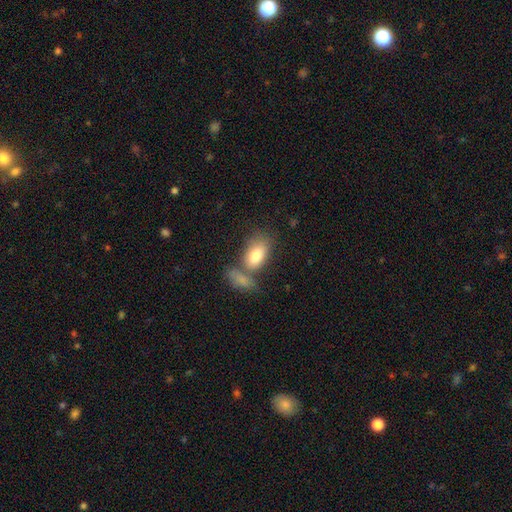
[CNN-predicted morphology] Smooth or featured?
  - smooth: 81% *
  - featured or disk: 13%
  - star or artifact: 7%
How rounded?
  - in between: 91% *
  - round: 5%
  - cigar-shaped: 4%
Merging?
  - none: 41% *
  - merger: 39%
  - minor disturbance: 14%
  - major disturbance: 7%